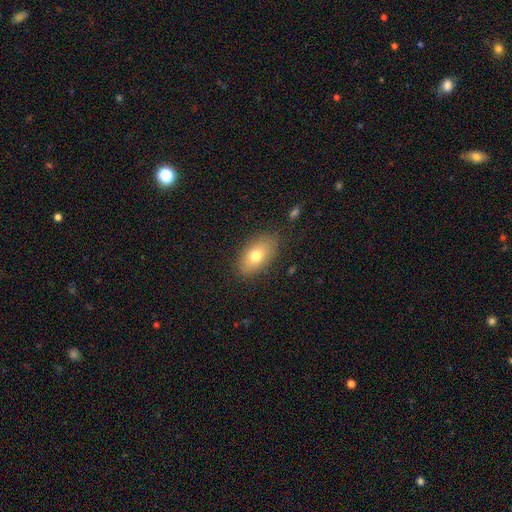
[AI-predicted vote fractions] This is likely a smooth galaxy (72%). How rounded: clearly in between (89%). Merging: clearly none (83%).